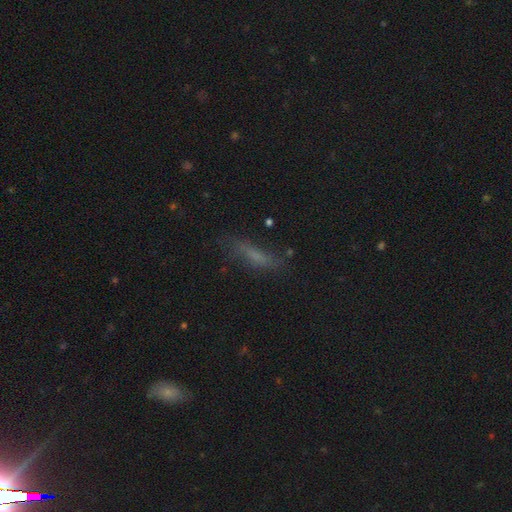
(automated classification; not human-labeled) smooth-or-featured: smooth: 56% | featured or disk: 27% | star or artifact: 18%
  how-rounded: cigar-shaped: 72% | in between: 26% | round: 3%
  merging: none: 62% | minor disturbance: 23% | major disturbance: 12% | merger: 3%